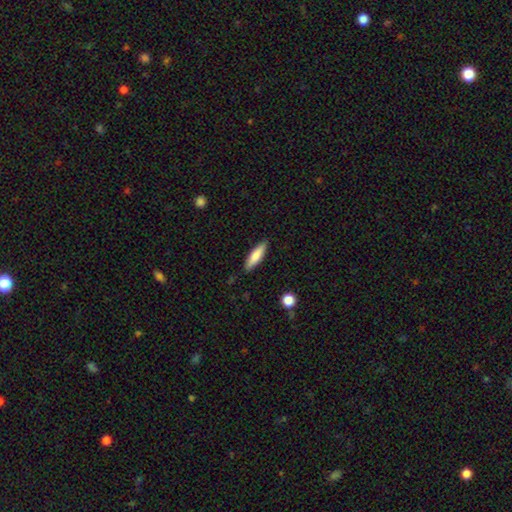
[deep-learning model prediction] smooth_or_featured: smooth (p=0.79) [alt: featured or disk p=0.15]
how_rounded: cigar-shaped (p=0.64) [alt: in between p=0.35]
merging: none (p=0.87) [alt: minor disturbance p=0.10]